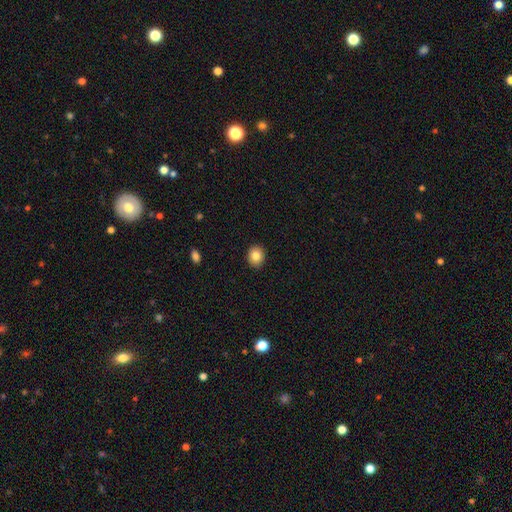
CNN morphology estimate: A smooth galaxy with no disk features (83%) that is round (68%).

Vote fractions:
- Smooth or featured? smooth: 83% / star or artifact: 9% / featured or disk: 7%
- How rounded? round: 68% / in between: 31% / cigar-shaped: 1%
- Merging? none: 91% / minor disturbance: 6% / major disturbance: 2% / merger: 1%